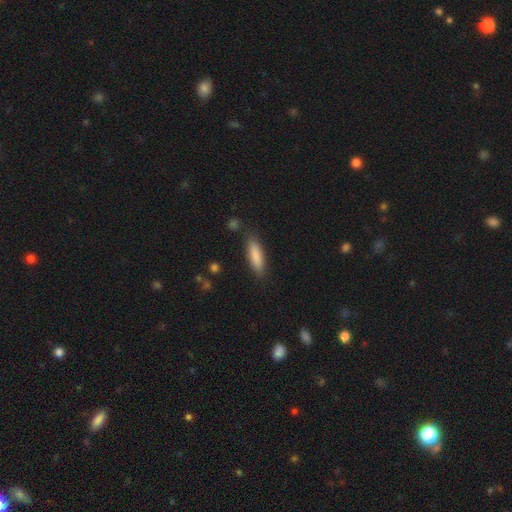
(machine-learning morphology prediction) Smooth or featured?
  - smooth: 85% *
  - featured or disk: 9%
  - star or artifact: 6%
How rounded?
  - cigar-shaped: 58% *
  - in between: 40%
  - round: 2%
Merging?
  - none: 82% *
  - minor disturbance: 13%
  - major disturbance: 3%
  - merger: 2%